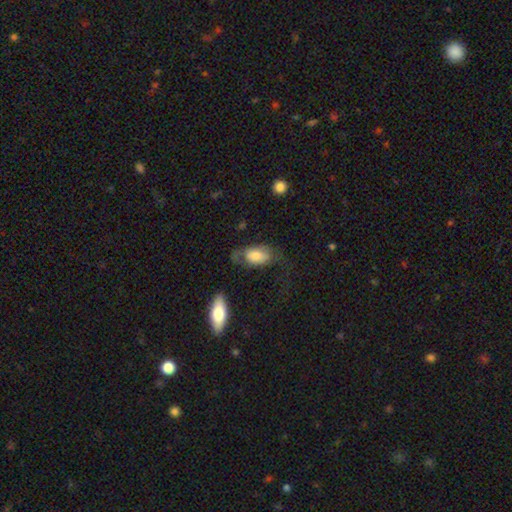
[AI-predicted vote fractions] smooth 66%, featured or disk 26%, star or artifact 7%. Down the decision tree: how rounded — in between (91%); merging — none (38%).